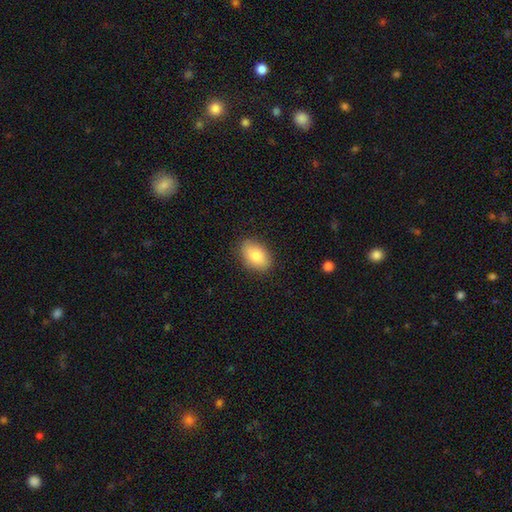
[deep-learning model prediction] Smooth or featured?
  - smooth: 83% *
  - featured or disk: 10%
  - star or artifact: 7%
How rounded?
  - in between: 87% *
  - round: 11%
  - cigar-shaped: 2%
Merging?
  - none: 87% *
  - minor disturbance: 10%
  - major disturbance: 2%
  - merger: 1%